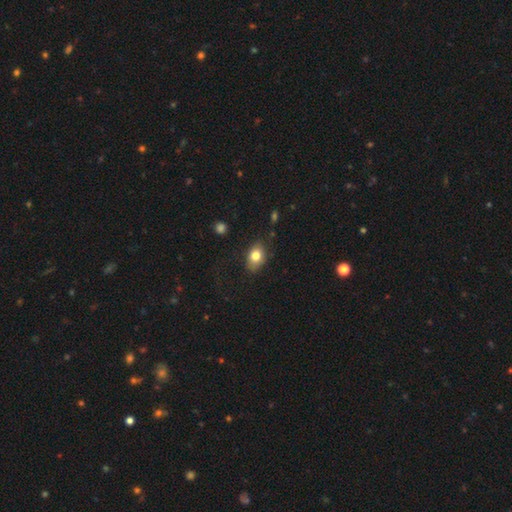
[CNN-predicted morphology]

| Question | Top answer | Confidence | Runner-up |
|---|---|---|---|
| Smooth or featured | smooth | 79% | featured or disk (13%) |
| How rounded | in between | 80% | round (19%) |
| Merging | none | 78% | minor disturbance (16%) |